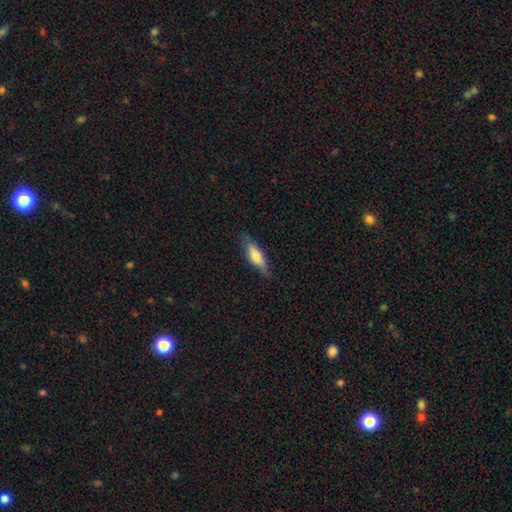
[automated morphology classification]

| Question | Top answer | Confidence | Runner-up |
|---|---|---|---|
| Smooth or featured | smooth | 70% | featured or disk (24%) |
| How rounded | in between | 55% | cigar-shaped (43%) |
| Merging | none | 75% | minor disturbance (20%) |